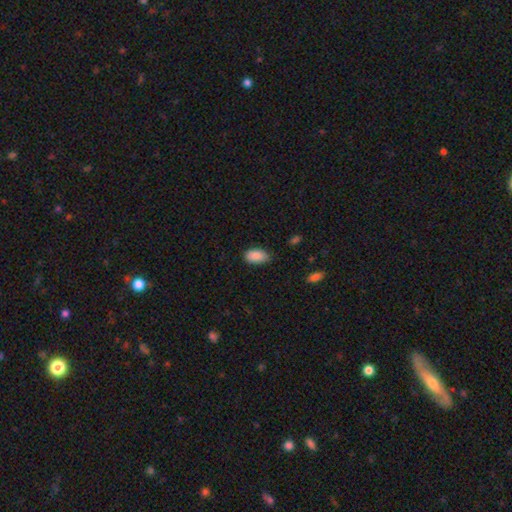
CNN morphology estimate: This is clearly a smooth galaxy (88%). How rounded: clearly in between (93%). Merging: likely none (75%).